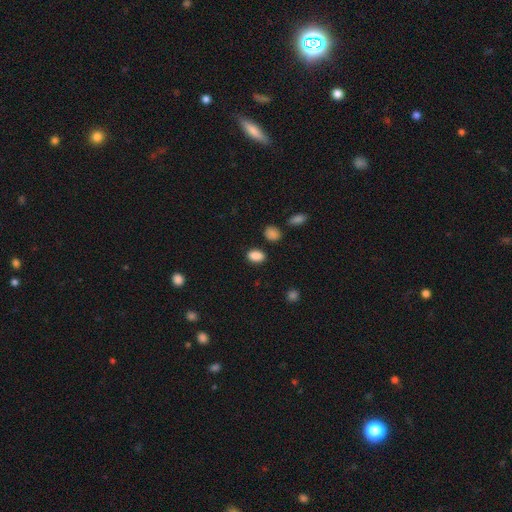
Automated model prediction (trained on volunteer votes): Smooth or featured: smooth — 87% (star or artifact — 9%)
How rounded: in between — 84% (round — 14%)
Merging: none — 85% (minor disturbance — 10%)